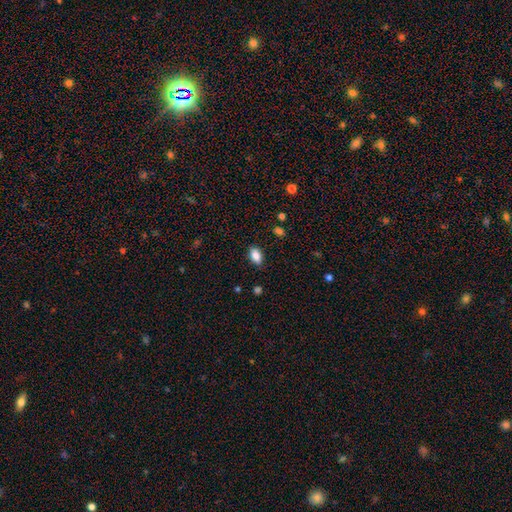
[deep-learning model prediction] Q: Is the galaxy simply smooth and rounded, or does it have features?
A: smooth — 86%.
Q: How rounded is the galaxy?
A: in between — 90%.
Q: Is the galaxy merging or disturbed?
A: none — 85%.